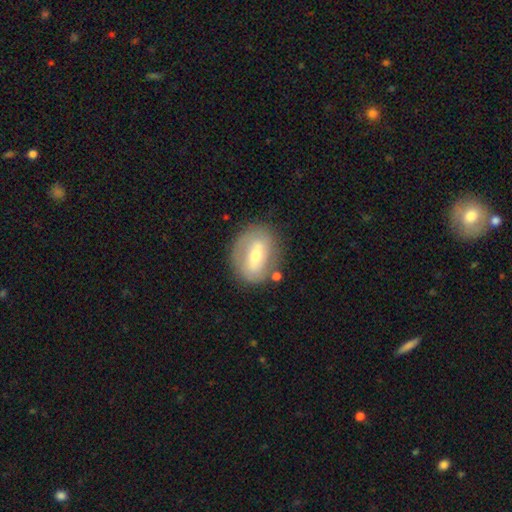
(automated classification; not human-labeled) Overall: featured or disk (54%; smooth 39%). Edge-on disk: no (88%). Merging: none (75%).